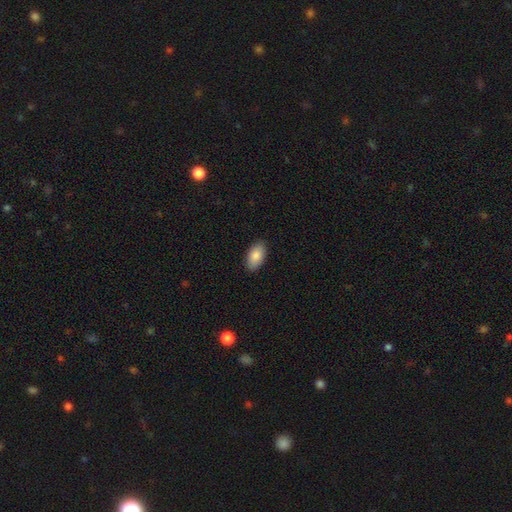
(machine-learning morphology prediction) smooth 87%, star or artifact 6%, featured or disk 6%. Down the decision tree: how rounded — in between (94%); merging — none (88%).